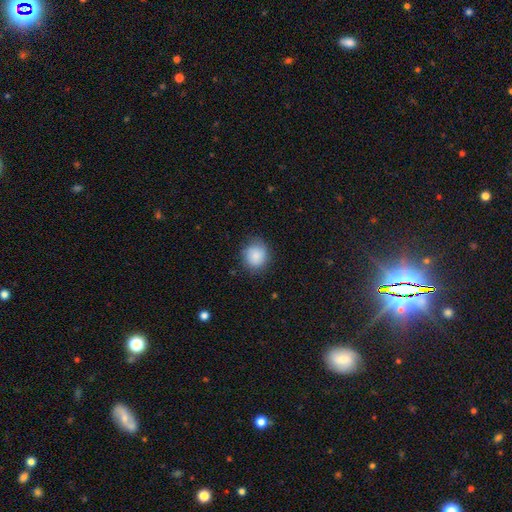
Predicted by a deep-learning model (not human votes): This appears to be a smooth galaxy with no disk features (86%) that is round (84%). Merging: none (79%).